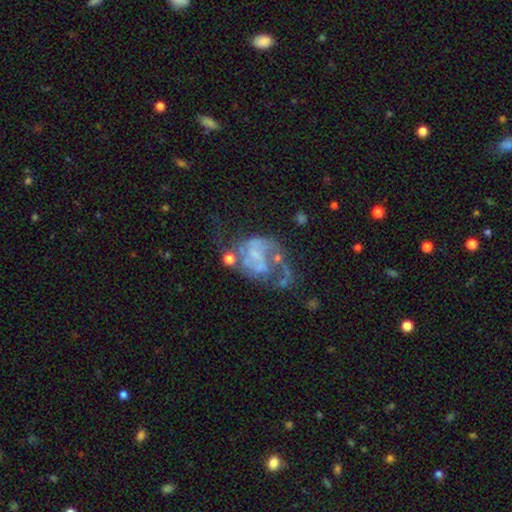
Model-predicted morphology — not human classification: This is likely a featured or disk galaxy (76%). It is clearly not viewed edge-on (98%). Bar: likely no (65%). Spiral arm pattern: likely yes (70%). Spiral arm count: possibly 2 (50%). Spiral winding: marginally loose (43%). Central bulge: possibly none (54%). Merging: marginally major disturbance (40%).